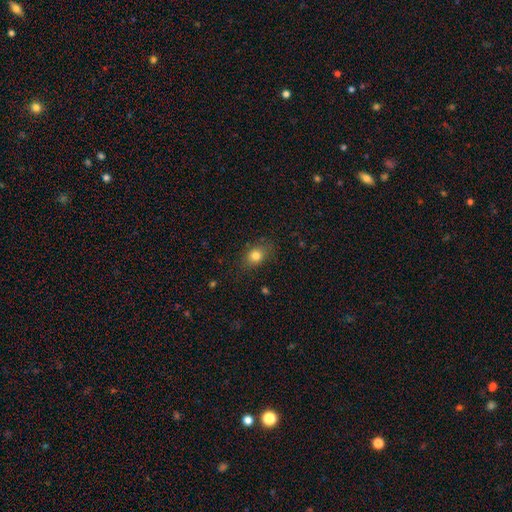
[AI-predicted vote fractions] smooth-or-featured: smooth: 80% | star or artifact: 11% | featured or disk: 9%
  how-rounded: in between: 57% | round: 42% | cigar-shaped: 2%
  merging: none: 79% | minor disturbance: 15% | major disturbance: 4% | merger: 1%